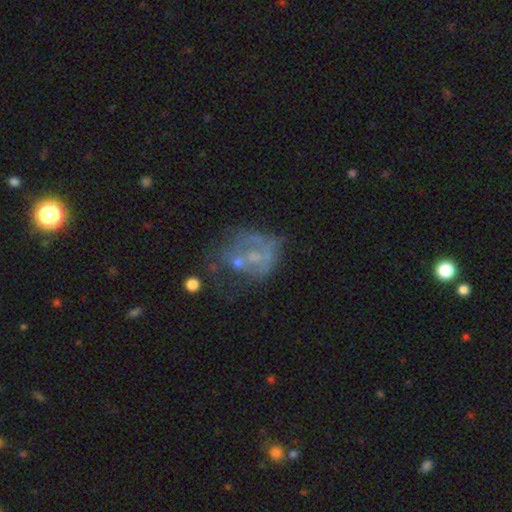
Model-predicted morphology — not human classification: Overall: featured or disk (58%; smooth 26%). Edge-on disk: no (98%). Bar: no (82%). Spiral arms: no (80%). Bulge size: none (48%; small 32%). Merging: major disturbance (33%; none 32%).